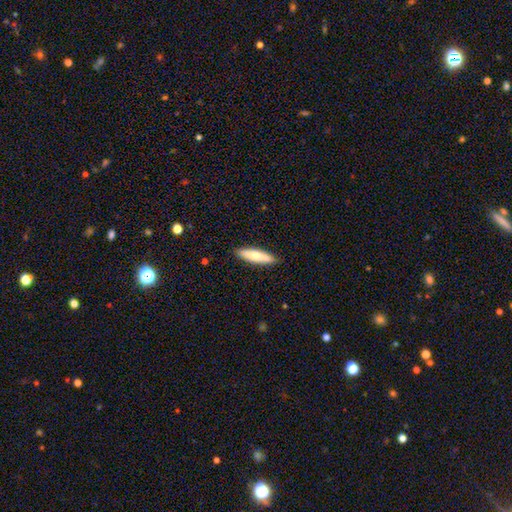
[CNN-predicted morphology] smooth_or_featured: smooth (p=0.68) [alt: featured or disk p=0.26]
how_rounded: cigar-shaped (p=0.75) [alt: in between p=0.23]
merging: none (p=0.90) [alt: minor disturbance p=0.08]